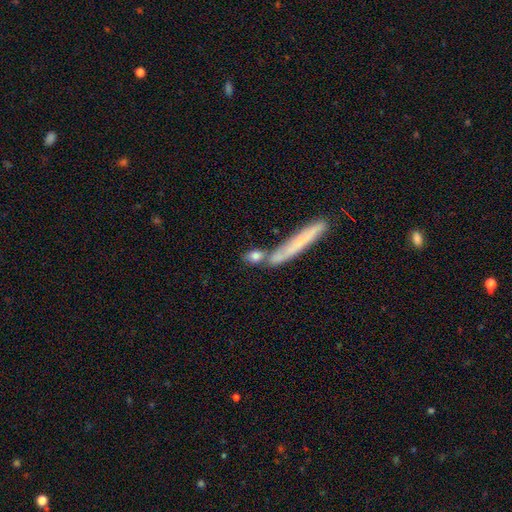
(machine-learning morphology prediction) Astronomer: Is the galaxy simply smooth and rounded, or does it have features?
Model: smooth — 74%.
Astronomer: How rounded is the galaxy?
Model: in between — 42% (runner-up: cigar-shaped, 34%).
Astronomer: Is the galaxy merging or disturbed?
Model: none — 52% (runner-up: merger, 29%).